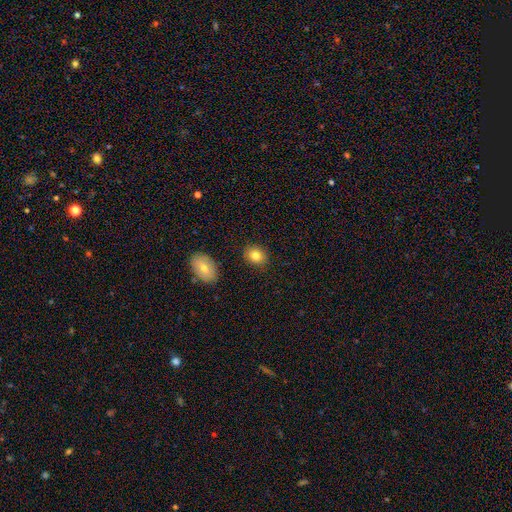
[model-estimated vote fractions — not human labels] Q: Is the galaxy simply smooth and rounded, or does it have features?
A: smooth — 81%.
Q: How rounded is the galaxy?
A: round — 53%.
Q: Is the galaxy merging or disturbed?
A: none — 86%.